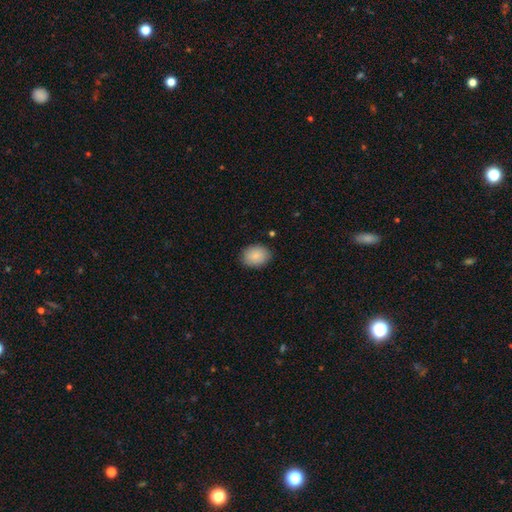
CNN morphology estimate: Smooth or featured: smooth — 88% (star or artifact — 7%)
How rounded: in between — 57% (round — 42%)
Merging: none — 86% (minor disturbance — 10%)